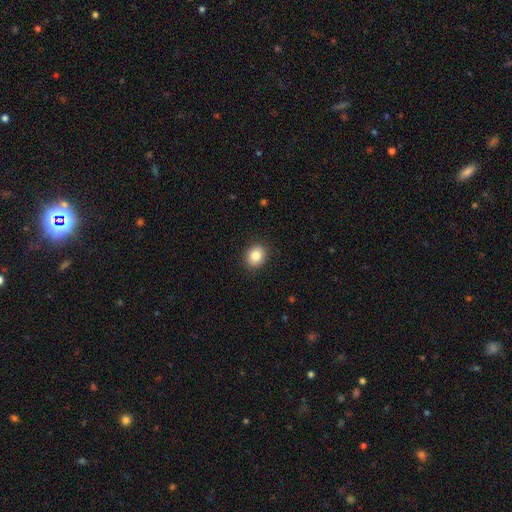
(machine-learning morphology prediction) type=smooth (84%); roundness=round (66%); merging=none (91%).